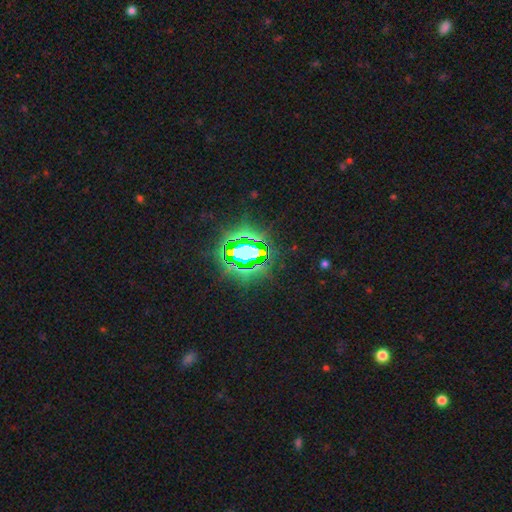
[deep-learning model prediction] smooth-or-featured: star or artifact: 83% | smooth: 10% | featured or disk: 7%